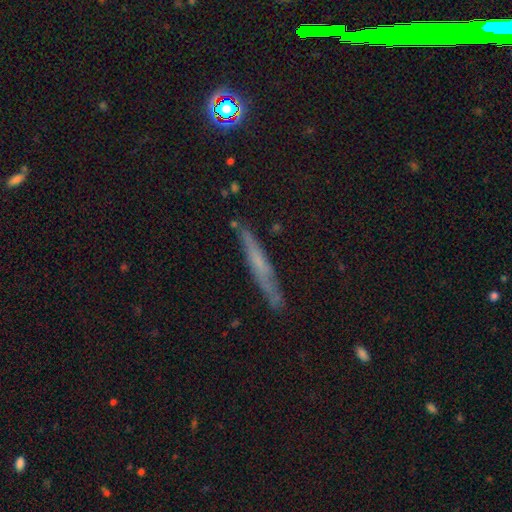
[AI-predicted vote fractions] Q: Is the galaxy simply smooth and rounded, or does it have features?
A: featured or disk — 49%.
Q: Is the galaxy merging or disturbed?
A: none — 82%.